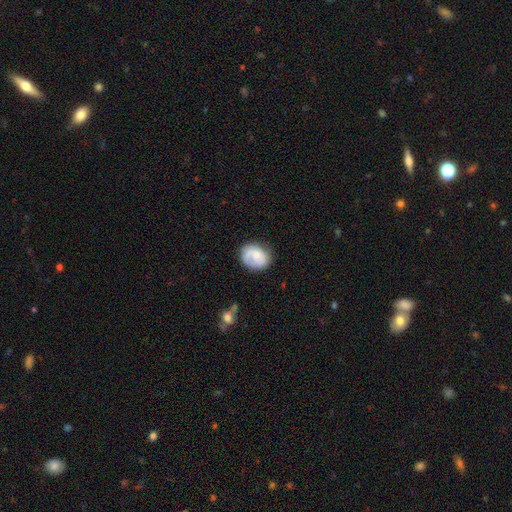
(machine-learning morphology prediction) Overall: smooth (55%; featured or disk 38%). How rounded: round (53%; in between 46%). Merging: none (64%).